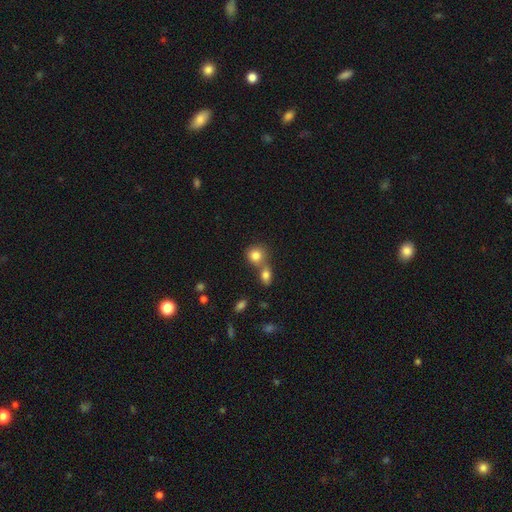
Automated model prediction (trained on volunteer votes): Smooth or featured: smooth — 82% (star or artifact — 10%)
How rounded: round — 78% (in between — 21%)
Merging: merger — 46% (none — 43%)